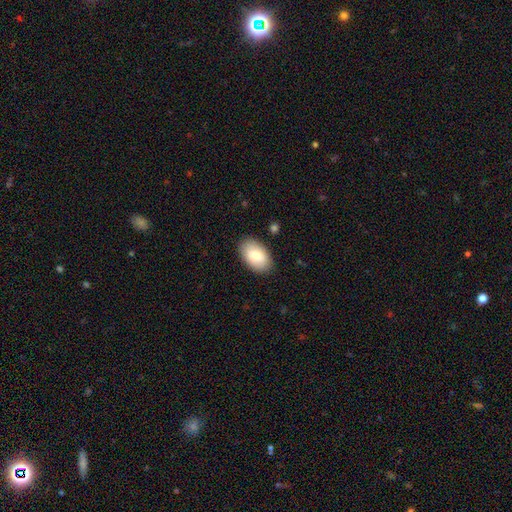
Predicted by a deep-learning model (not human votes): A smooth galaxy with no disk features (80%) that is in between round and cigar-shaped (93%). Merging: none (86%).